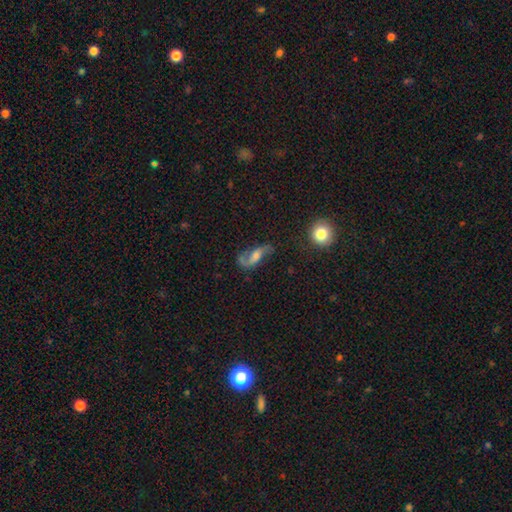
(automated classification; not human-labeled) A featured or disk galaxy (72%) with no bar (44%), 2 (85%) loose (76%) spiral arms (90%) and a moderate central bulge (46%).

Vote fractions:
- Smooth or featured? featured or disk: 72% / smooth: 20% / star or artifact: 8%
- Edge-on disk? no: 92% / yes: 8%
- Bar? no: 44% / weak: 40% / strong: 16%
- Spiral arms? yes: 90% / no: 10%
- Spiral winding? loose: 76% / medium: 18% / tight: 5%
- Spiral arm count? 2: 85% / 1: 8% / can't tell: 4% / 3: 1% / 4: 1% / more than 4: 1%
- Bulge size? moderate: 46% / small: 32% / large: 10% / none: 10% / dominant: 2%
- Merging? none: 56% / minor disturbance: 21% / major disturbance: 19% / merger: 4%